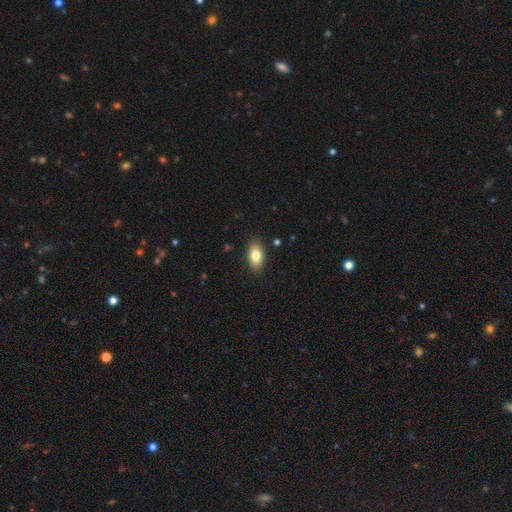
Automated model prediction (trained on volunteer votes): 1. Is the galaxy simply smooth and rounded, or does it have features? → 81% smooth, 12% featured or disk, 7% star or artifact.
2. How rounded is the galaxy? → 91% in between, 5% round, 4% cigar-shaped.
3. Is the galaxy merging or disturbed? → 88% none, 9% minor disturbance, 2% major disturbance, 1% merger.